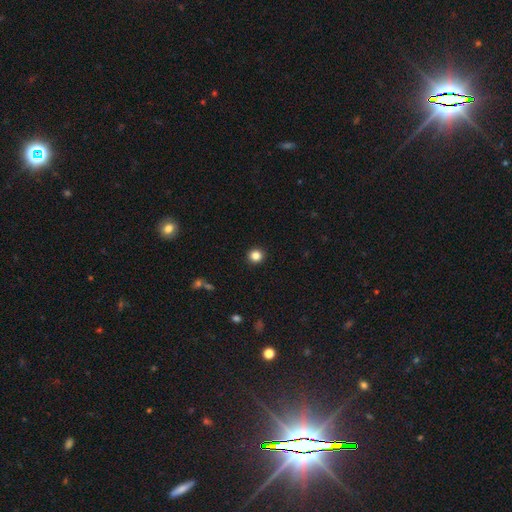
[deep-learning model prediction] This is clearly a smooth galaxy (84%). How rounded: clearly round (93%). Merging: clearly none (93%).